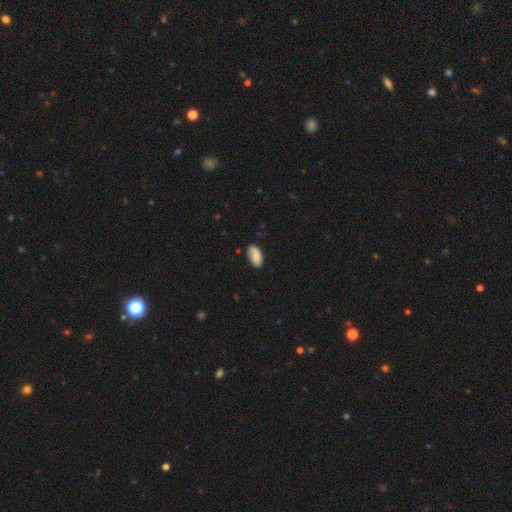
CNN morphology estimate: Overall: smooth (82%). How rounded: in between (94%). Merging: none (80%).